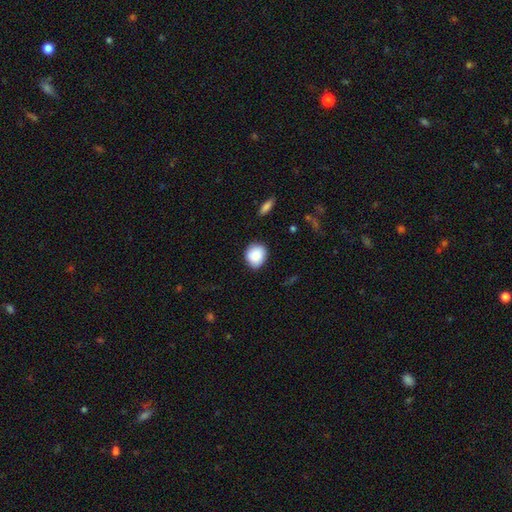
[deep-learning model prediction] This appears to be a smooth galaxy with no disk features (86%) that is round (70%). Merging: none (81%).